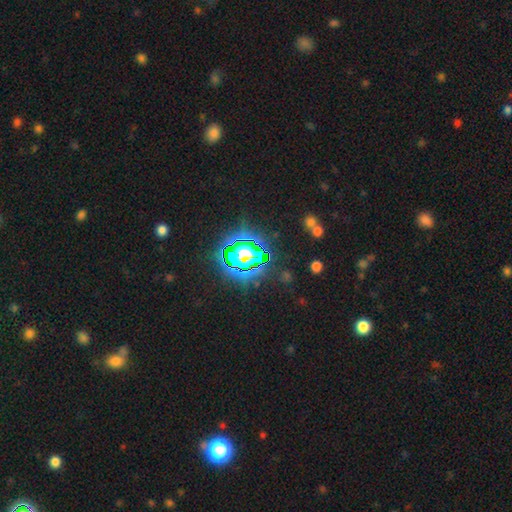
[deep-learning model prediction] This appears to be a star or artifact, not a galaxy (80%).